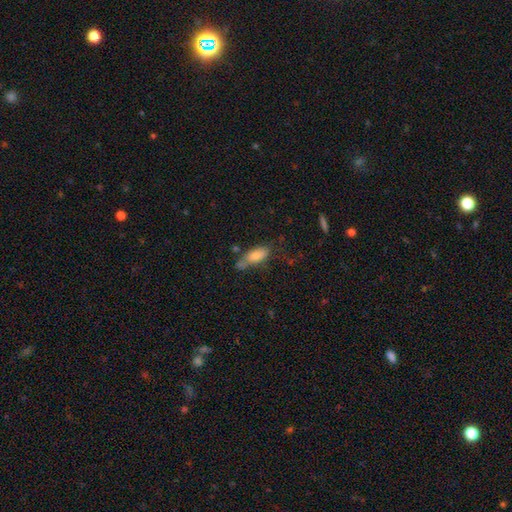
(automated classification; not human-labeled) This is likely a smooth galaxy (72%). How rounded: likely in between (71%). Merging: marginally none (44%).